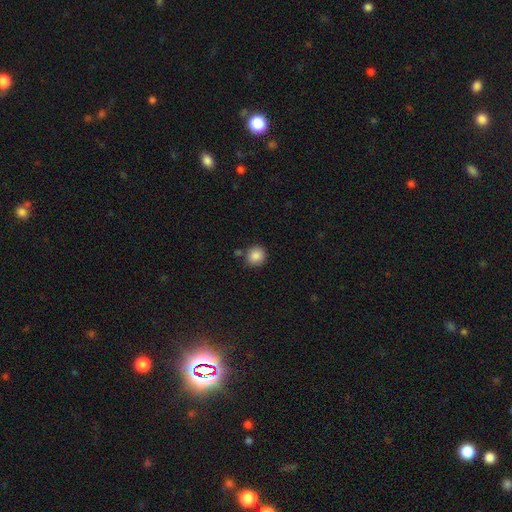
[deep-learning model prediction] Smooth or featured? Predicted: smooth (p=0.87). How rounded? Predicted: round (p=0.86). Merging? Predicted: none (p=0.79).